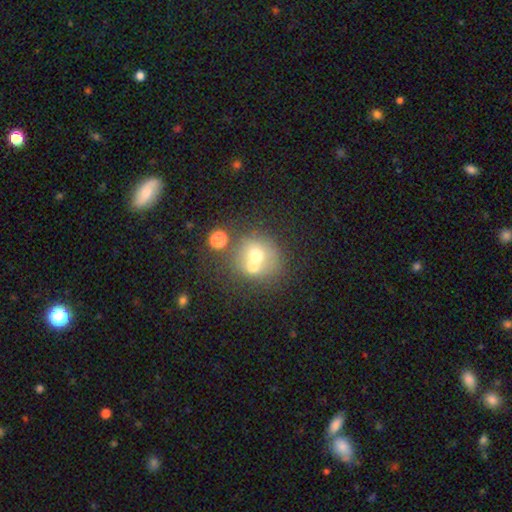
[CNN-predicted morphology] smooth-or-featured: smooth: 60% | featured or disk: 25% | star or artifact: 15%
  how-rounded: round: 83% | in between: 16% | cigar-shaped: 1%
  merging: merger: 50% | none: 37% | minor disturbance: 8% | major disturbance: 5%